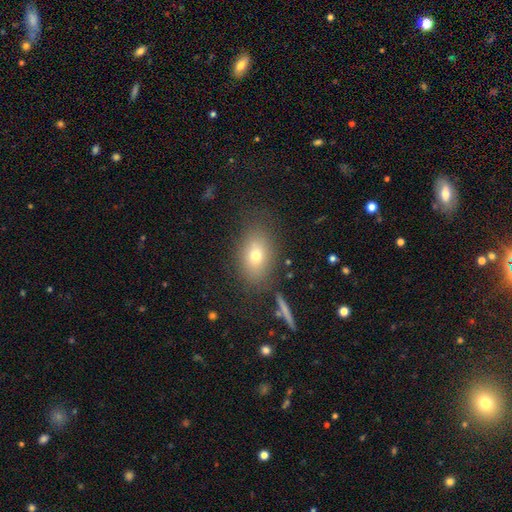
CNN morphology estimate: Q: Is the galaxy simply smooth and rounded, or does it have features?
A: smooth — 70%.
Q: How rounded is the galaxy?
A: in between — 75%.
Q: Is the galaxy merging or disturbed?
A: none — 77%.